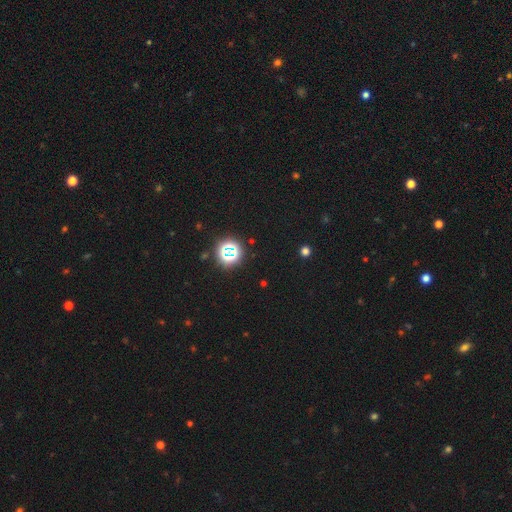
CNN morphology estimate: Q: Smooth or featured?
A: star or artifact (69%); runner-up: smooth (24%)